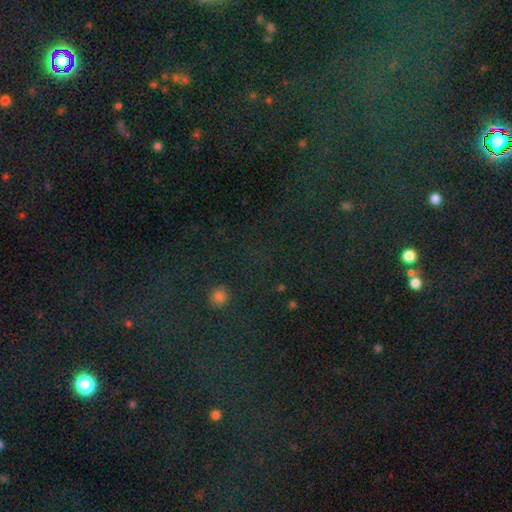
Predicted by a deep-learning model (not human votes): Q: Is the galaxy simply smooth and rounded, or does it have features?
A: star or artifact — 75%.